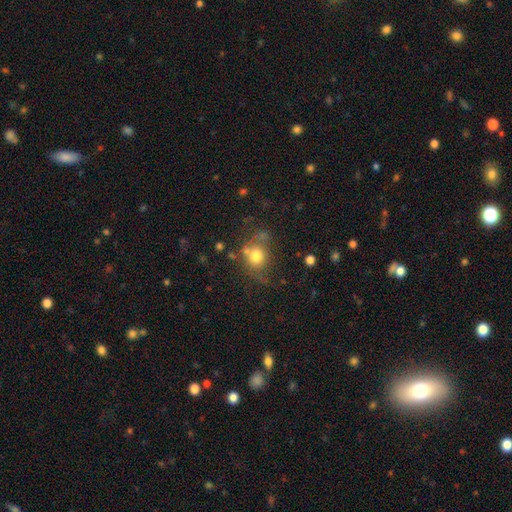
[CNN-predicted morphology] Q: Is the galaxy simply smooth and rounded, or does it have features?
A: smooth — 73%.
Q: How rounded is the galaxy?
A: round — 73%.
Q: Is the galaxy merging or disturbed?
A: none — 52%.